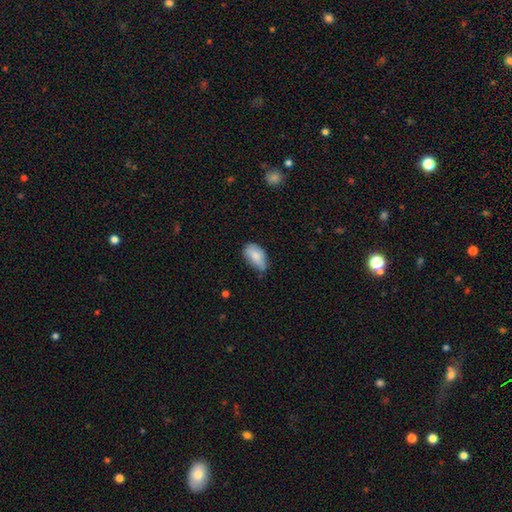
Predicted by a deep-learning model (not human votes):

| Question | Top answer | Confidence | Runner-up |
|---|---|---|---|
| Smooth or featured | smooth | 79% | featured or disk (14%) |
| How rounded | in between | 92% | round (5%) |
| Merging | none | 46% | minor disturbance (42%) |